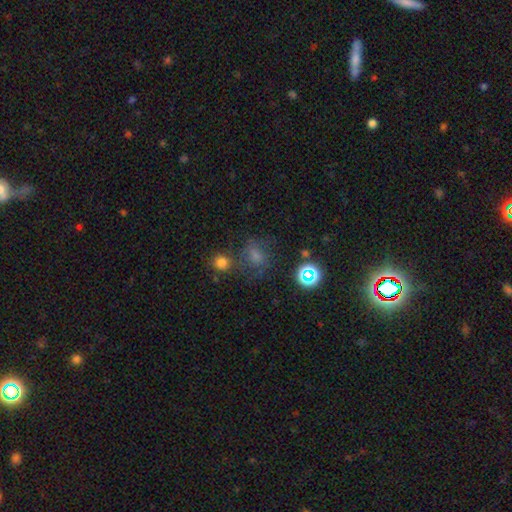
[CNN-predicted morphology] smooth 59%, star or artifact 25%, featured or disk 16%. Down the decision tree: how rounded — round (62%); merging — none (55%).